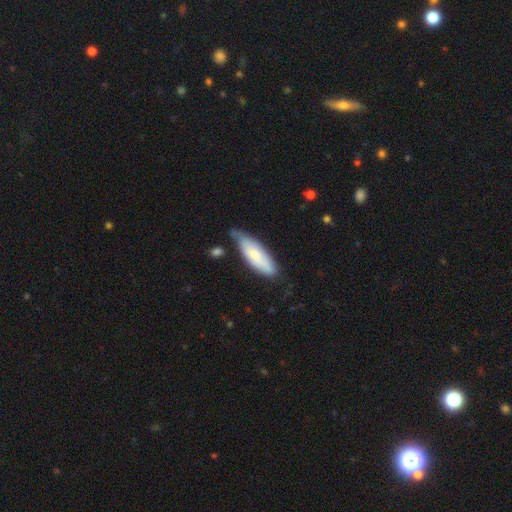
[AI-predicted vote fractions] The model was most divided on "merging": none: 52%, minor disturbance: 35%, major disturbance: 8%, merger: 5%. More confident: smooth or featured — smooth (66%); how rounded — in between (58%).